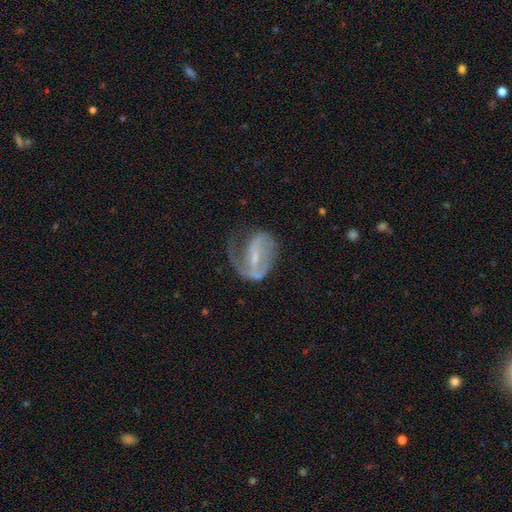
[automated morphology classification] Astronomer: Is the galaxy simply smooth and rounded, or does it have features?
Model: featured or disk — 79%.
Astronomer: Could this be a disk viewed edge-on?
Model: no — 97%.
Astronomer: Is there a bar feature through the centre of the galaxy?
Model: weak — 44% (runner-up: strong, 37%).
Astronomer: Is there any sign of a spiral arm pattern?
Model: yes — 87%.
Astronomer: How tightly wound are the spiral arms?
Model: medium — 42% (runner-up: loose, 34%).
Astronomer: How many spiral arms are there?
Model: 1 — 47% (runner-up: 2, 40%).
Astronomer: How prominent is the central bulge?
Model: small — 60%.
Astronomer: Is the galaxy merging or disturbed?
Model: major disturbance — 39% (runner-up: none, 36%).